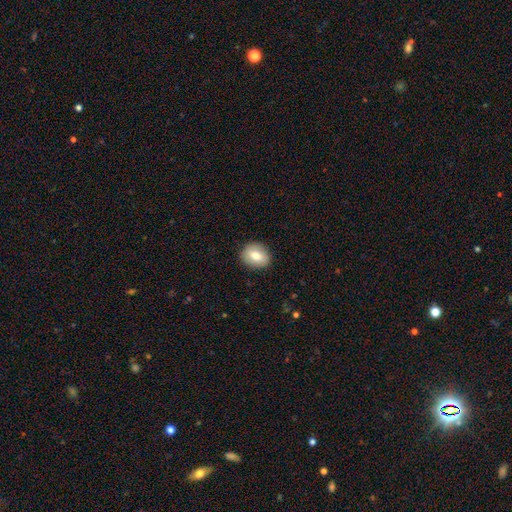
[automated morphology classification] A smooth galaxy with no disk features (73%) that is round (52%). Merging: none (88%).